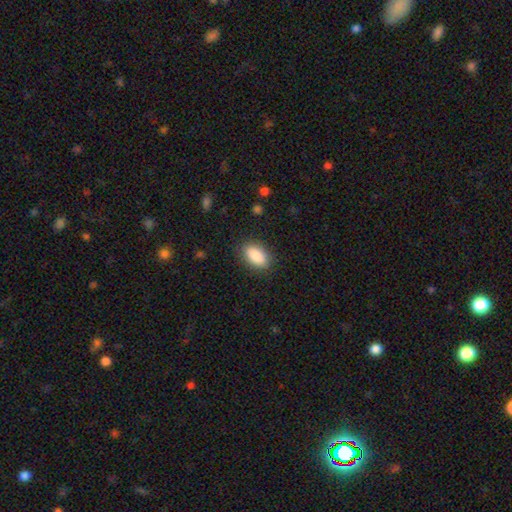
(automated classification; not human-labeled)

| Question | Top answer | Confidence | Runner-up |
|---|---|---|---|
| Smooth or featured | smooth | 88% | star or artifact (7%) |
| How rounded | in between | 90% | round (5%) |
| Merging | none | 87% | minor disturbance (10%) |